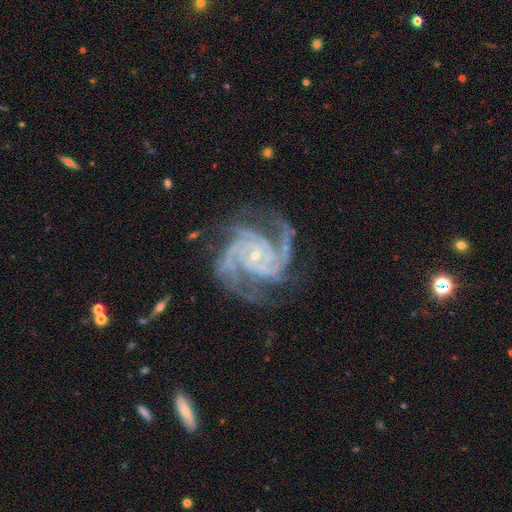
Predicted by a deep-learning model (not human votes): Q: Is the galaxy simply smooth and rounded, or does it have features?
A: featured or disk — 93%.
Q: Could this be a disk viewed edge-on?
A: no — 98%.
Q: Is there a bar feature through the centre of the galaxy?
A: no — 67%.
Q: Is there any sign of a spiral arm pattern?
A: yes — 99%.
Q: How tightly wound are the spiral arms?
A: tight — 60%.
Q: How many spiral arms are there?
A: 3 — 39%.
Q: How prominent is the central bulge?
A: small — 83%.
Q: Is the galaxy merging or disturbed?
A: none — 72%.